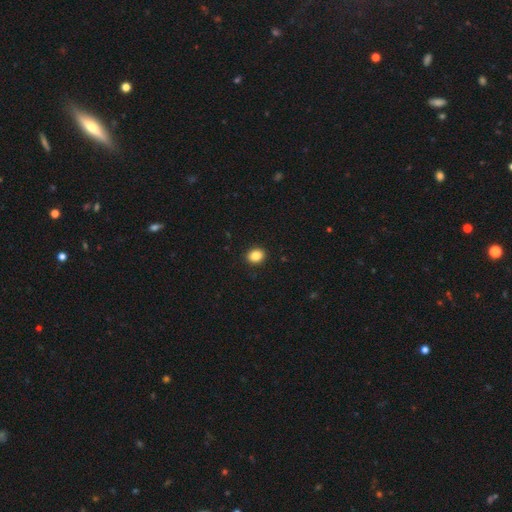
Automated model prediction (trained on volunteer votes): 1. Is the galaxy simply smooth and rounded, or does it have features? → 86% smooth, 10% star or artifact, 4% featured or disk.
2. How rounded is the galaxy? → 57% round, 43% in between, 1% cigar-shaped.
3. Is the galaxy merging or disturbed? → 92% none, 6% minor disturbance, 2% major disturbance, 1% merger.